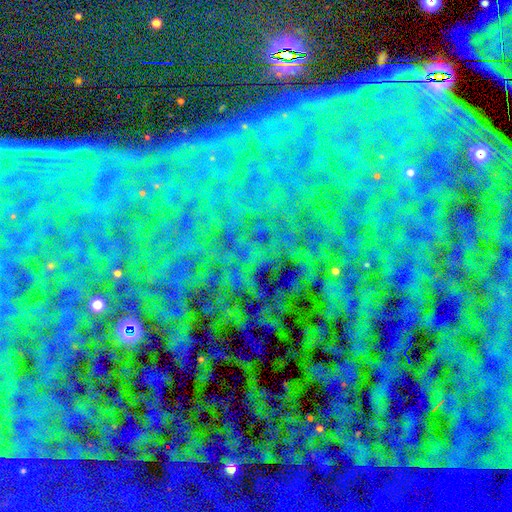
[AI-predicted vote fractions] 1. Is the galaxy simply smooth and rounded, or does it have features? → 86% star or artifact, 7% smooth, 7% featured or disk.